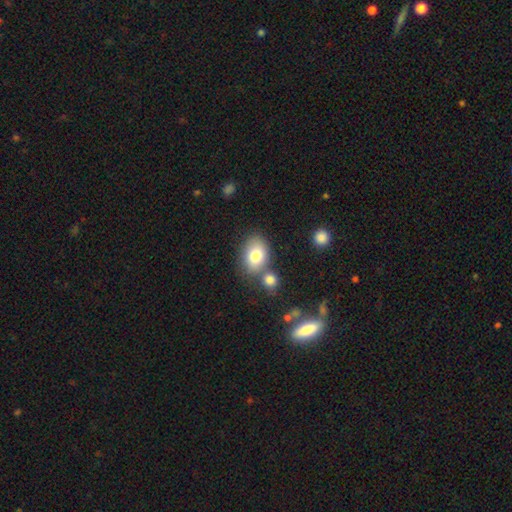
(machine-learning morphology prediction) The model was most divided on "merging": none: 59%, merger: 24%, minor disturbance: 13%, major disturbance: 4%. More confident: smooth or featured — smooth (78%); how rounded — in between (73%).